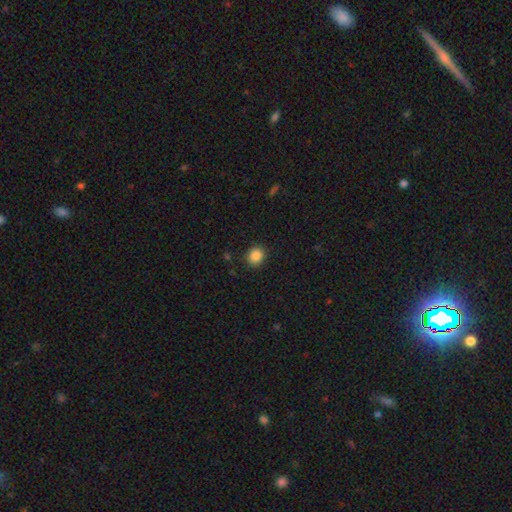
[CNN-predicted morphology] This appears to be a smooth galaxy with no disk features (86%) that is round (80%). Merging: none (90%).